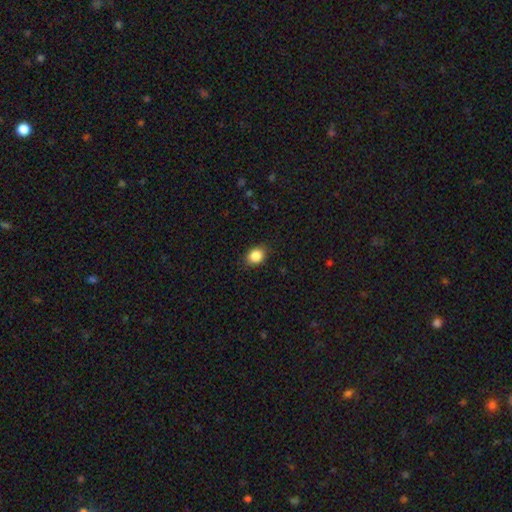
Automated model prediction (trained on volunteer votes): This is clearly a smooth galaxy (86%). How rounded: possibly round (50%). Merging: clearly none (85%).